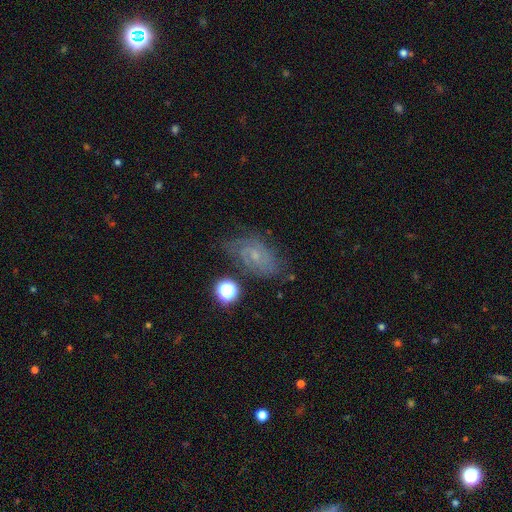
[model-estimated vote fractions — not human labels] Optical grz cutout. It shows a featured or disk galaxy (63%) with no bar (61%), tight (52%) spiral arms (87%) and a small central bulge (74%). Merging: none (64%).